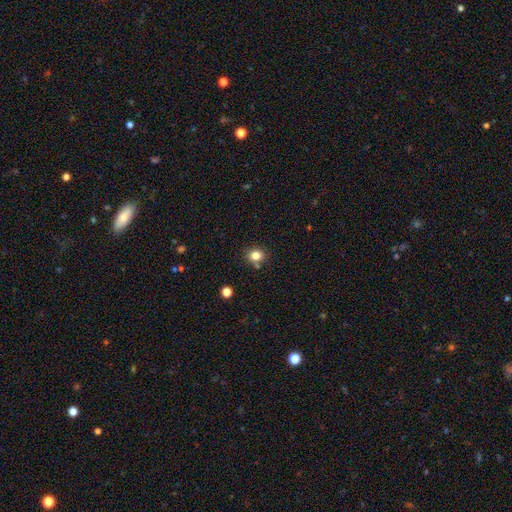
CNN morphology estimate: Smooth or featured?
  - smooth: 81% *
  - star or artifact: 13%
  - featured or disk: 6%
How rounded?
  - round: 73% *
  - in between: 26%
  - cigar-shaped: 1%
Merging?
  - none: 78% *
  - minor disturbance: 10%
  - merger: 9%
  - major disturbance: 3%